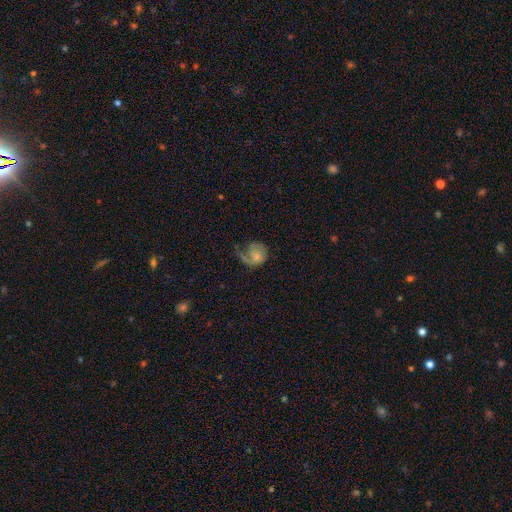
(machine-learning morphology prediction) Smooth or featured?
  - featured or disk: 49% *
  - smooth: 42%
  - star or artifact: 9%
Merging?
  - major disturbance: 42% *
  - none: 32%
  - minor disturbance: 22%
  - merger: 3%